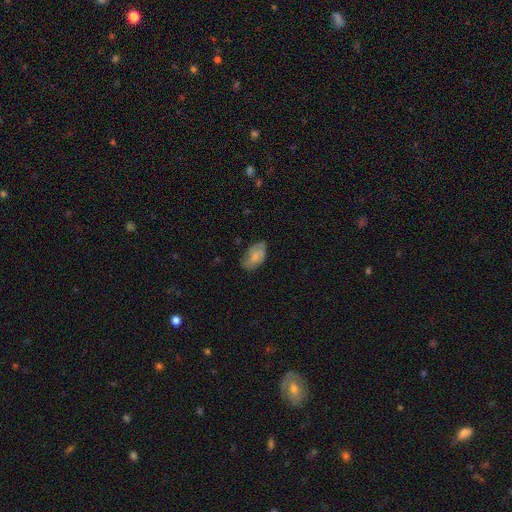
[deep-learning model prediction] Smooth or featured?
  - smooth: 64% *
  - featured or disk: 28%
  - star or artifact: 8%
How rounded?
  - in between: 93% *
  - round: 5%
  - cigar-shaped: 2%
Merging?
  - none: 59% *
  - minor disturbance: 31%
  - major disturbance: 9%
  - merger: 2%